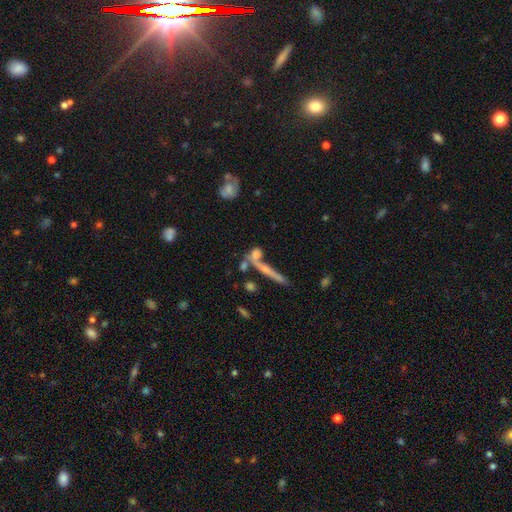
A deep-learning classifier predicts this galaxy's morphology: smooth-or-featured: smooth: 57% | featured or disk: 29% | star or artifact: 13%
  how-rounded: cigar-shaped: 47% | in between: 27% | round: 25%
  merging: none: 43% | merger: 36% | minor disturbance: 12% | major disturbance: 9%